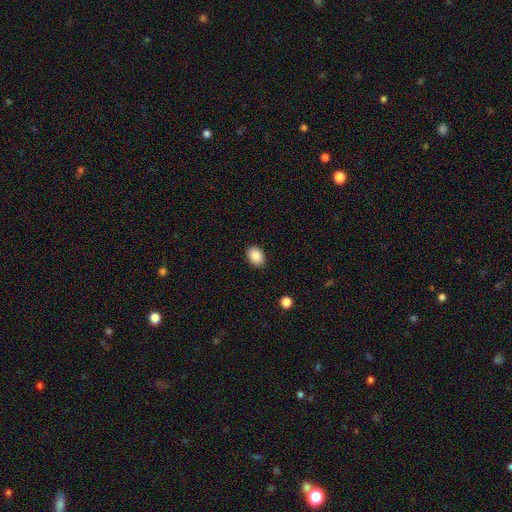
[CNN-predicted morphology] Smooth or featured?
  - smooth: 88% *
  - star or artifact: 8%
  - featured or disk: 4%
How rounded?
  - in between: 78% *
  - round: 21%
  - cigar-shaped: 1%
Merging?
  - none: 88% *
  - minor disturbance: 8%
  - major disturbance: 2%
  - merger: 1%